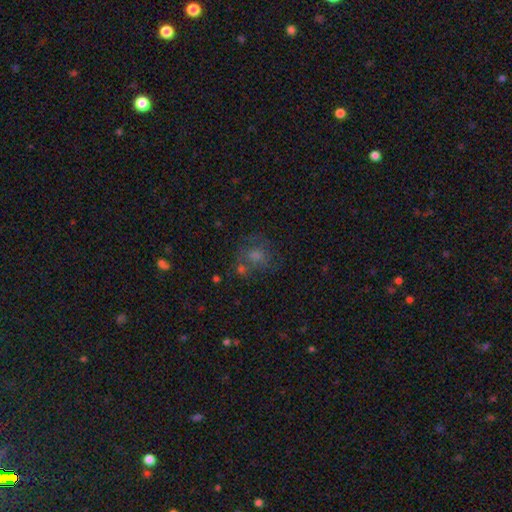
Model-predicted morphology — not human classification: This is possibly a smooth galaxy (57%). How rounded: likely round (74%). Merging: possibly none (50%).